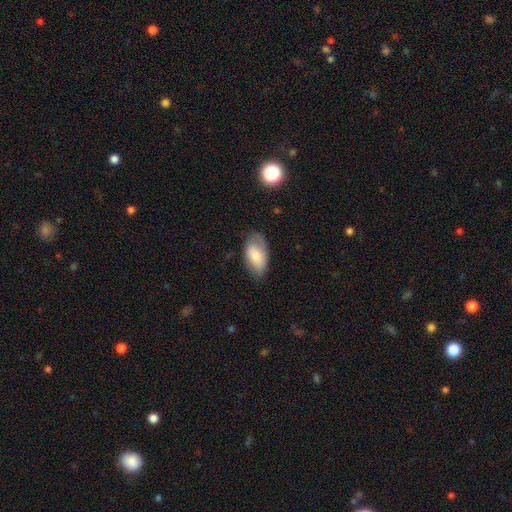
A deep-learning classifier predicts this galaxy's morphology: smooth_or_featured: smooth (p=0.68) [alt: featured or disk p=0.26]
how_rounded: in between (p=0.94) [alt: round p=0.04]
merging: none (p=0.69) [alt: minor disturbance p=0.24]